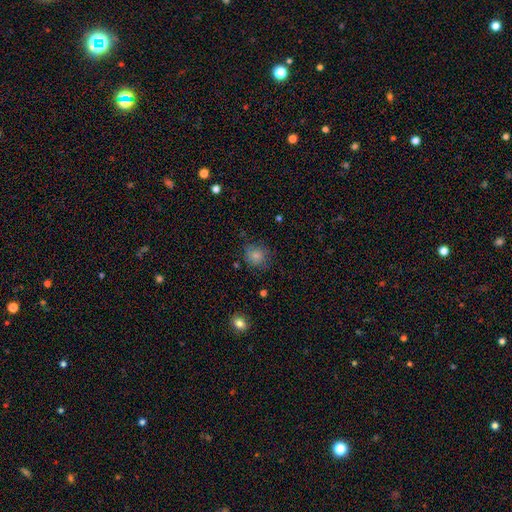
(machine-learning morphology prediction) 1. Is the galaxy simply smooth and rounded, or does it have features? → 81% smooth, 11% star or artifact, 7% featured or disk.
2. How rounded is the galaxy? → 83% round, 16% in between, 1% cigar-shaped.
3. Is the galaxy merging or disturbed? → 74% none, 18% minor disturbance, 6% major disturbance, 2% merger.